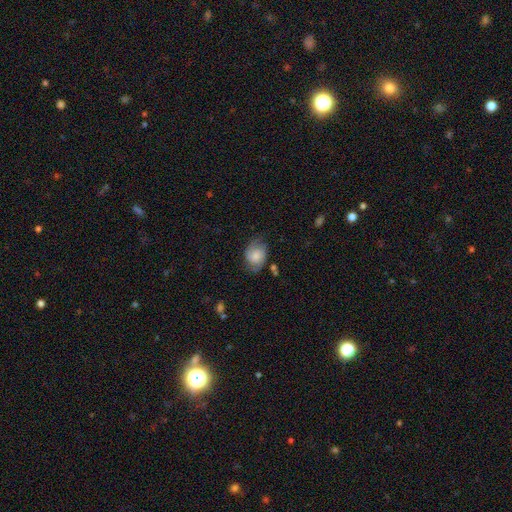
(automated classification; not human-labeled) This appears to be a featured or disk galaxy (46%). Merging: none (65%).